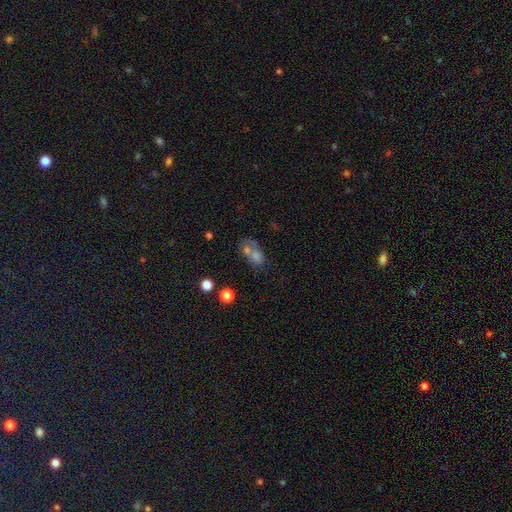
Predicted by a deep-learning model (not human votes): This is possibly a smooth galaxy (57%). How rounded: likely in between (66%). Merging: possibly merger (52%).